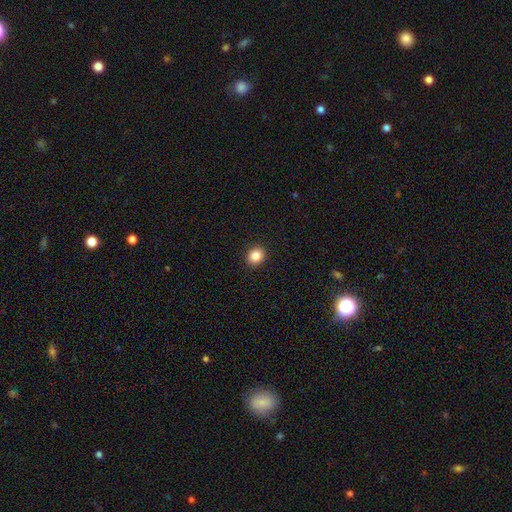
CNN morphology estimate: Smooth or featured?
  - smooth: 86% *
  - star or artifact: 10%
  - featured or disk: 4%
How rounded?
  - round: 72% *
  - in between: 27%
  - cigar-shaped: 1%
Merging?
  - none: 92% *
  - minor disturbance: 6%
  - major disturbance: 2%
  - merger: 1%